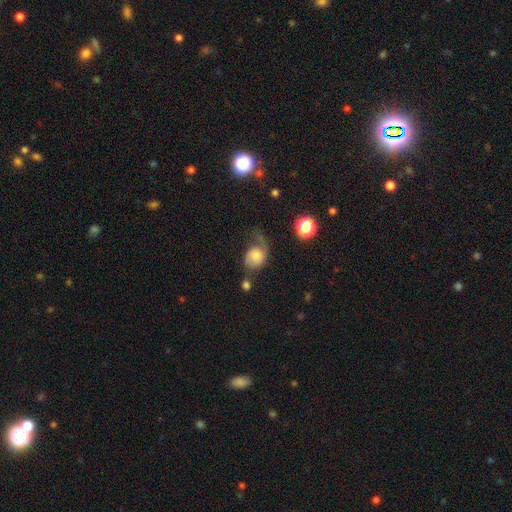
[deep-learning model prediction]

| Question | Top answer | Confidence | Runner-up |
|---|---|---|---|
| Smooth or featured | smooth | 52% | featured or disk (38%) |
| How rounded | round | 52% | in between (47%) |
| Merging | major disturbance | 38% | none (29%) |